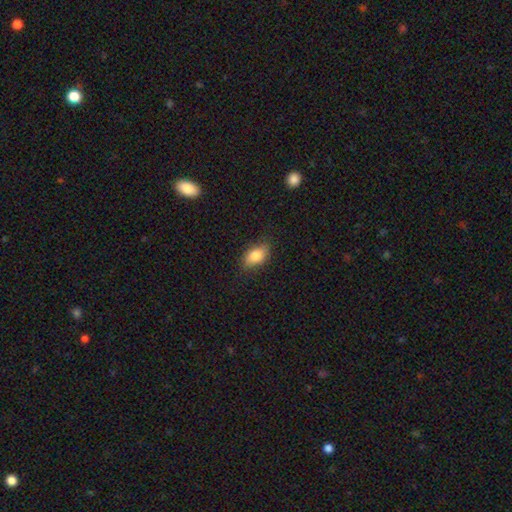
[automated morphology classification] A smooth galaxy with no disk features (81%) that is in between round and cigar-shaped (86%).

Vote fractions:
- Smooth or featured? smooth: 81% / featured or disk: 11% / star or artifact: 8%
- How rounded? in between: 86% / round: 10% / cigar-shaped: 4%
- Merging? none: 80% / minor disturbance: 16% / major disturbance: 3% / merger: 1%